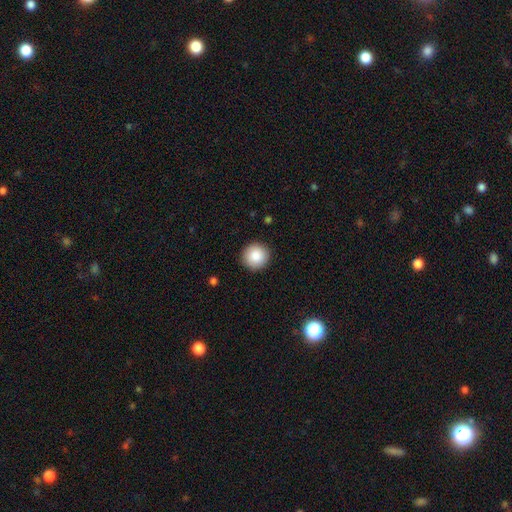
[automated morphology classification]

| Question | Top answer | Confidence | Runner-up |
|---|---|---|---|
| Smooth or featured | smooth | 87% | star or artifact (8%) |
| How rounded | round | 95% | in between (4%) |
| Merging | none | 92% | minor disturbance (6%) |